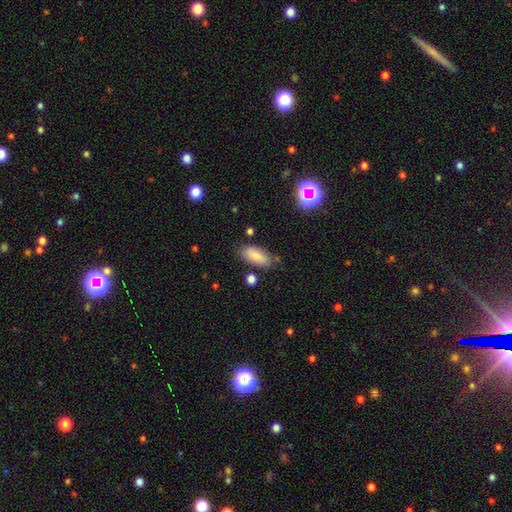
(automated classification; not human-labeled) smooth_or_featured: smooth (p=0.83) [alt: featured or disk p=0.10]
how_rounded: in between (p=0.86) [alt: cigar-shaped p=0.12]
merging: none (p=0.73) [alt: minor disturbance p=0.18]